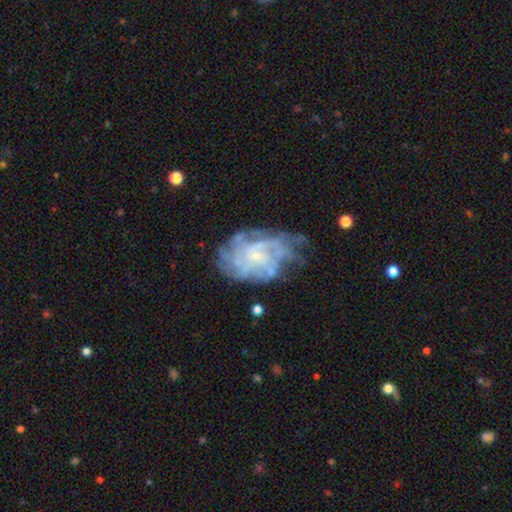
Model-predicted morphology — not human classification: Smooth or featured? Predicted: featured or disk (p=0.81). Edge-on disk? Predicted: no (p=0.97). Bar? Predicted: no (p=0.64). Spiral arms? Predicted: yes (p=0.86). Spiral winding? Predicted: tight (p=0.58). Spiral arm count? Predicted: can't tell (p=0.47). Bulge size? Predicted: small (p=0.71). Merging? Predicted: none (p=0.56).